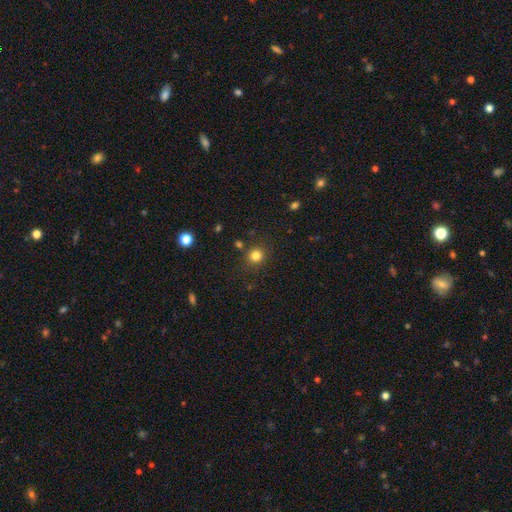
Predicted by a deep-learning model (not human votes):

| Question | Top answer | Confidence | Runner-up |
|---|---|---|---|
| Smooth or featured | smooth | 81% | star or artifact (14%) |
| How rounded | round | 88% | in between (11%) |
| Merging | none | 85% | minor disturbance (8%) |